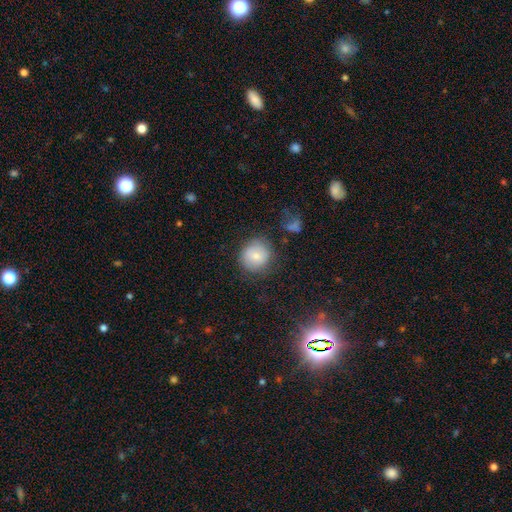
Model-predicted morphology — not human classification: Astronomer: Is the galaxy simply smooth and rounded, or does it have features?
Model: smooth — 78%.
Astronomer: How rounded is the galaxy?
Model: round — 90%.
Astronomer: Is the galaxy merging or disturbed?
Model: none — 75%.